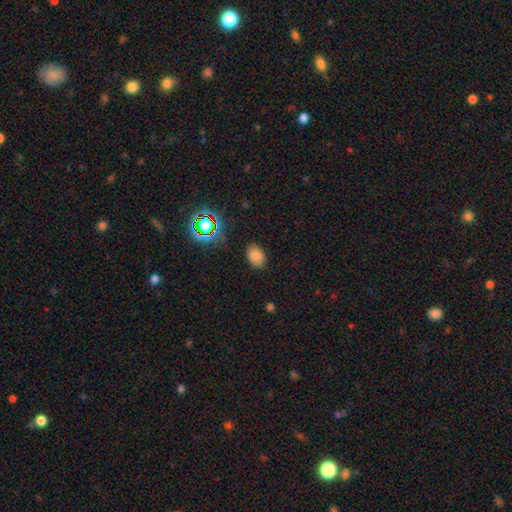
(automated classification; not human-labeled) Smooth or featured? Predicted: smooth (p=0.78). How rounded? Predicted: in between (p=0.78). Merging? Predicted: none (p=0.83).